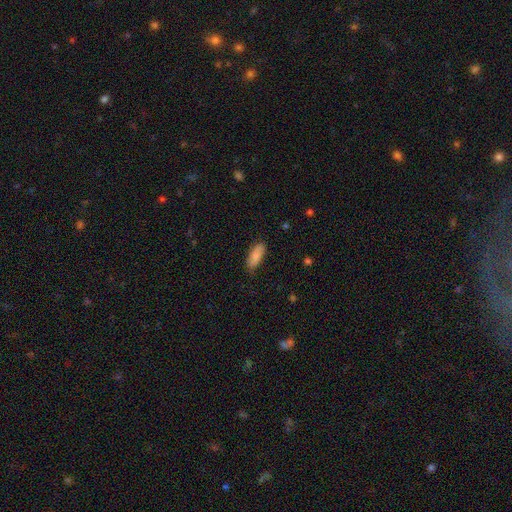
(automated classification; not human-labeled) smooth 84%, featured or disk 10%, star or artifact 6%. Down the decision tree: how rounded — in between (74%); merging — none (79%).